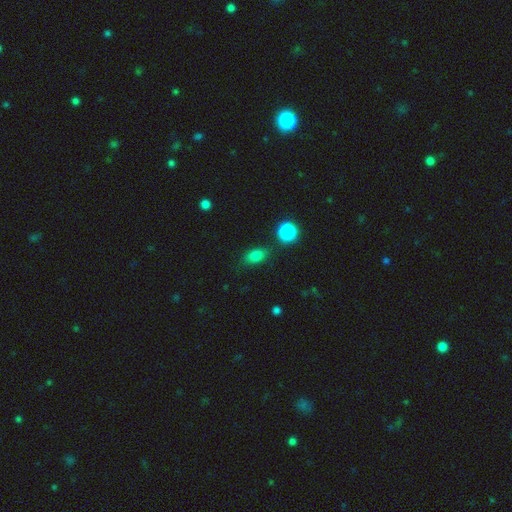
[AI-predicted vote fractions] A smooth galaxy with no disk features (79%) that is in between round and cigar-shaped (78%).

Vote fractions:
- Smooth or featured? smooth: 79% / star or artifact: 13% / featured or disk: 8%
- How rounded? in between: 78% / round: 18% / cigar-shaped: 4%
- Merging? none: 78% / minor disturbance: 14% / major disturbance: 4% / merger: 4%